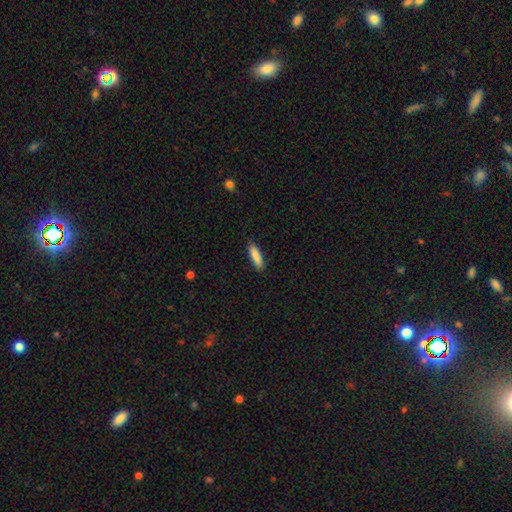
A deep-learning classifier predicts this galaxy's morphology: The model was most divided on "how rounded": cigar-shaped: 68%, in between: 30%, round: 1%. More confident: smooth or featured — smooth (87%); merging — none (87%).